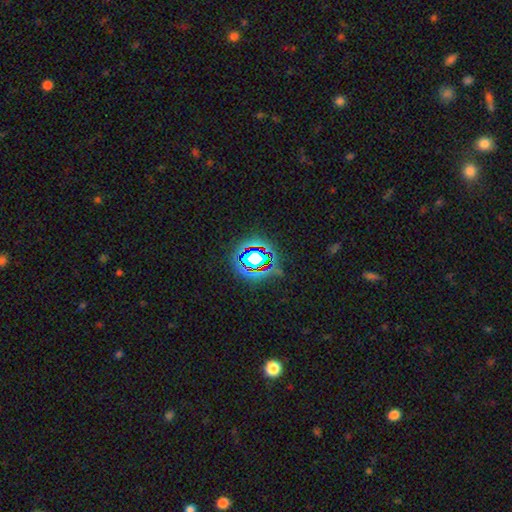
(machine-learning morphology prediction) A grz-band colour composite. It shows a star or artifact, not a galaxy (66%).